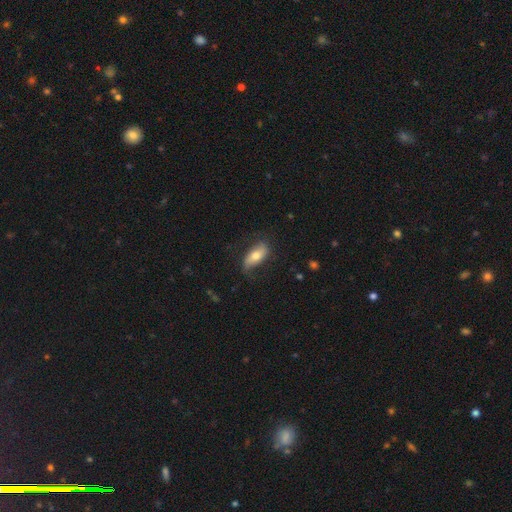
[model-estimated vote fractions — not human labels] smooth_or_featured: smooth (p=0.57) [alt: featured or disk p=0.37]
how_rounded: in between (p=0.79) [alt: cigar-shaped p=0.17]
merging: none (p=0.68) [alt: minor disturbance p=0.23]